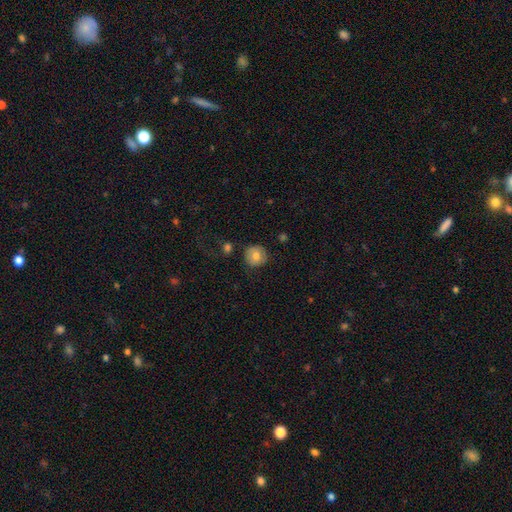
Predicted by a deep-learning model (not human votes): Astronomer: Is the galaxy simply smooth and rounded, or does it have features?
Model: smooth — 73%.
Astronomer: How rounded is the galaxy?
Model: round — 91%.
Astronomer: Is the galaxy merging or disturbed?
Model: none — 80%.